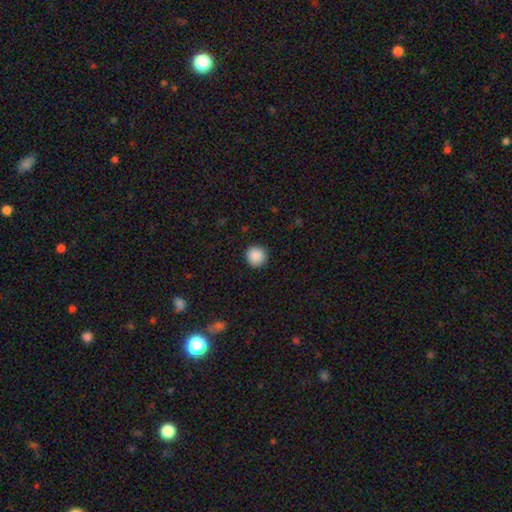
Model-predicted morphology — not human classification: This appears to be a smooth galaxy with no disk features (89%) that is round (96%). Merging: none (92%).